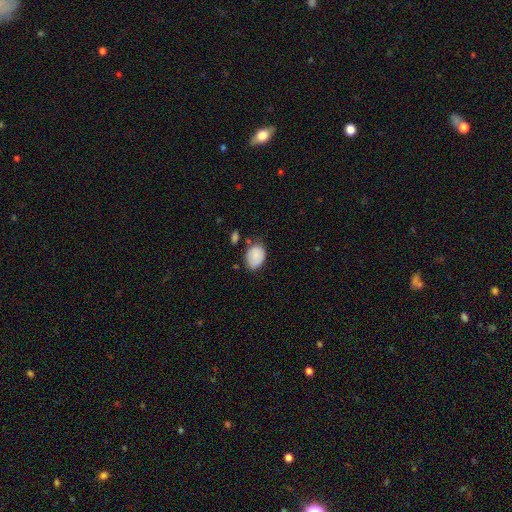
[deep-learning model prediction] A smooth galaxy with no disk features (85%) that is in between round and cigar-shaped (74%). Merging: none (63%).